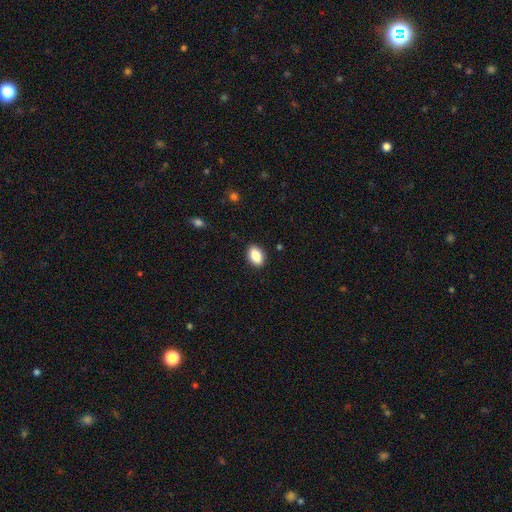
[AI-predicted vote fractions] Q: Smooth or featured?
A: smooth (88%); runner-up: star or artifact (7%)
Q: How rounded?
A: in between (88%); runner-up: round (10%)
Q: Merging?
A: none (89%); runner-up: minor disturbance (8%)